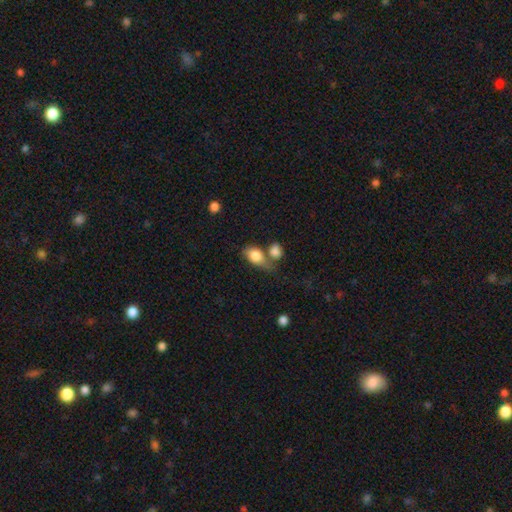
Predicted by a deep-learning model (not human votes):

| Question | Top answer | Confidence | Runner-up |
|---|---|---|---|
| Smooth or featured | smooth | 82% | featured or disk (10%) |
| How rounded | in between | 79% | round (19%) |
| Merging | merger | 44% | none (31%) |